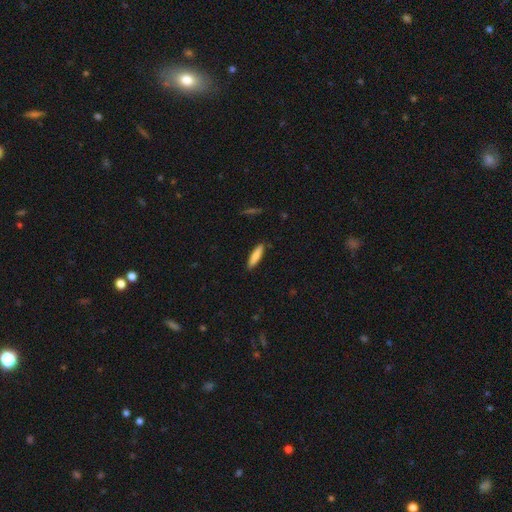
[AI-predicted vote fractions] Q: Smooth or featured?
A: smooth (83%); runner-up: featured or disk (11%)
Q: How rounded?
A: cigar-shaped (80%); runner-up: in between (19%)
Q: Merging?
A: none (88%); runner-up: minor disturbance (9%)